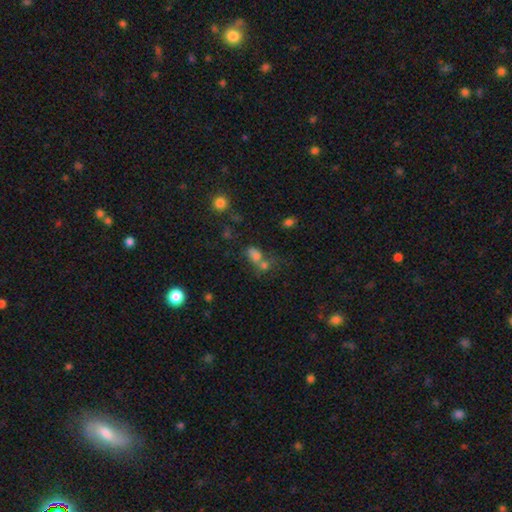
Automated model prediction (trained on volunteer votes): This is likely a smooth galaxy (68%). How rounded: likely in between (65%). Merging: possibly merger (54%).